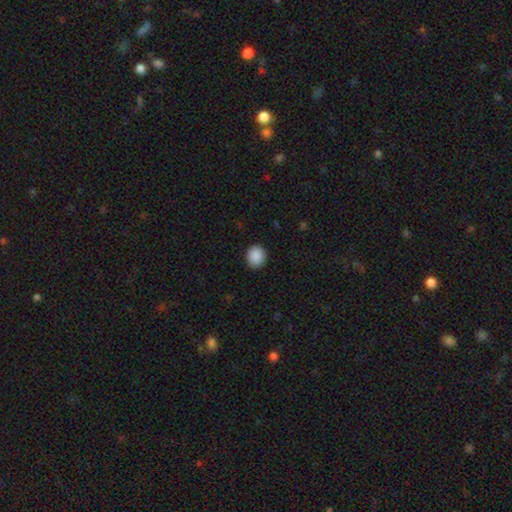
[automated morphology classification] A smooth galaxy with no disk features (89%) that is round (72%).

Vote fractions:
- Smooth or featured? smooth: 89% / star or artifact: 8% / featured or disk: 3%
- How rounded? round: 72% / in between: 27% / cigar-shaped: 1%
- Merging? none: 90% / minor disturbance: 7% / major disturbance: 2% / merger: 1%